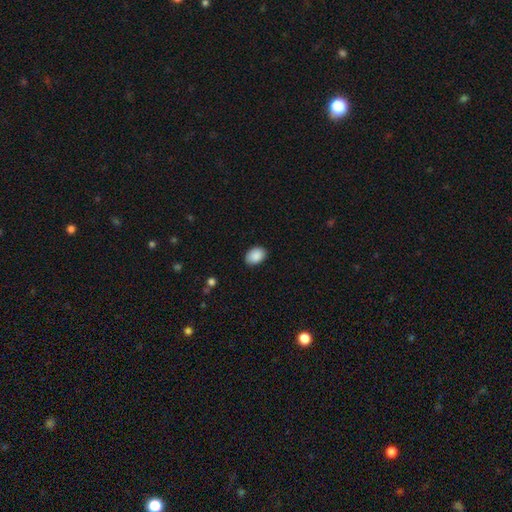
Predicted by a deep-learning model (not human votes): Smooth or featured? smooth (90%)
How rounded? in between (80%)
Merging? none (86%)